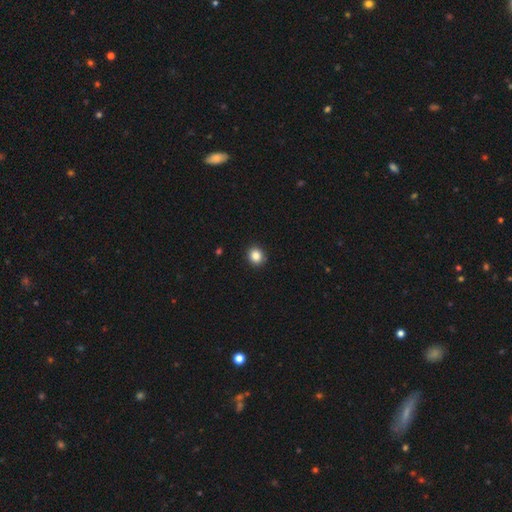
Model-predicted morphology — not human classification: smooth-or-featured: smooth: 85% | star or artifact: 10% | featured or disk: 4%
  how-rounded: round: 78% | in between: 21% | cigar-shaped: 1%
  merging: none: 91% | minor disturbance: 6% | major disturbance: 2% | merger: 1%